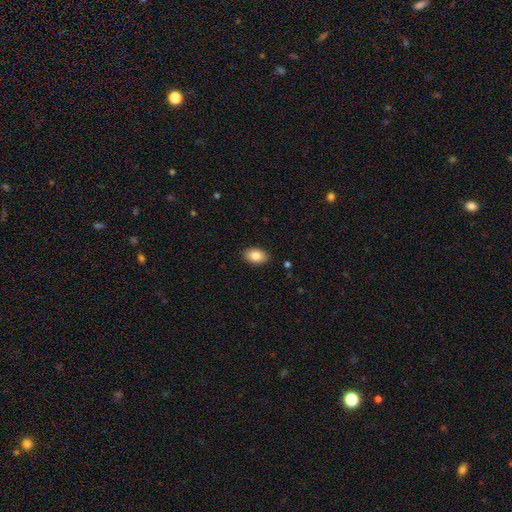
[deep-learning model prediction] Smooth or featured? smooth (86%)
How rounded? in between (87%)
Merging? none (89%)